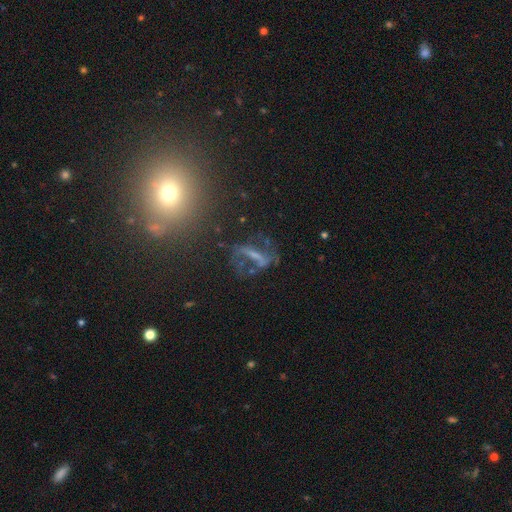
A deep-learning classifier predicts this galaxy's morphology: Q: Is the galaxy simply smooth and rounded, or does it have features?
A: featured or disk — 54%.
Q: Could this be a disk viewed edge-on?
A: no — 80%.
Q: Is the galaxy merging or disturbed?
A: none — 42%.